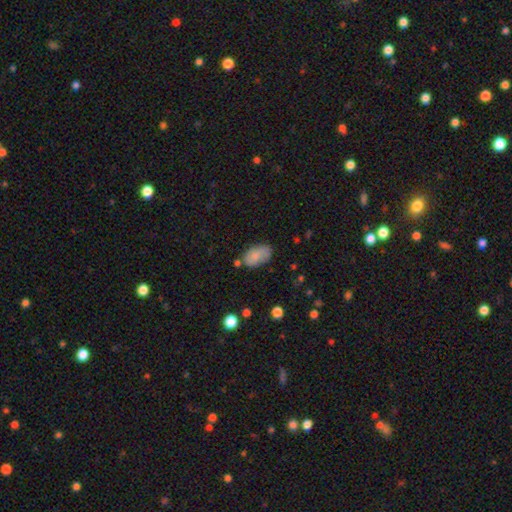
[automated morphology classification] Smooth or featured? Predicted: smooth (p=0.80). How rounded? Predicted: in between (p=0.92). Merging? Predicted: none (p=0.65).